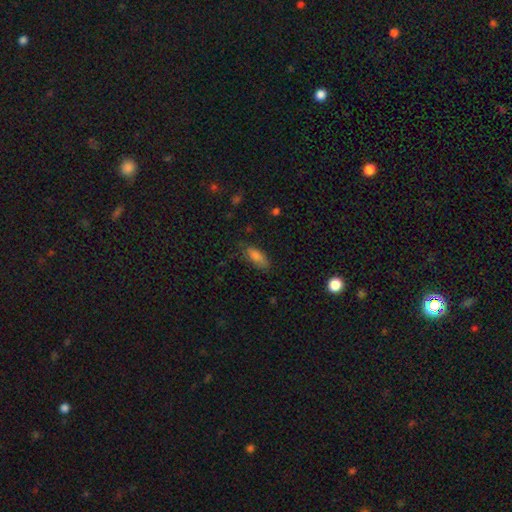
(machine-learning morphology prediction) The model was most divided on "merging": none: 66%, minor disturbance: 25%, major disturbance: 7%, merger: 2%. More confident: smooth or featured — smooth (81%); how rounded — in between (78%).